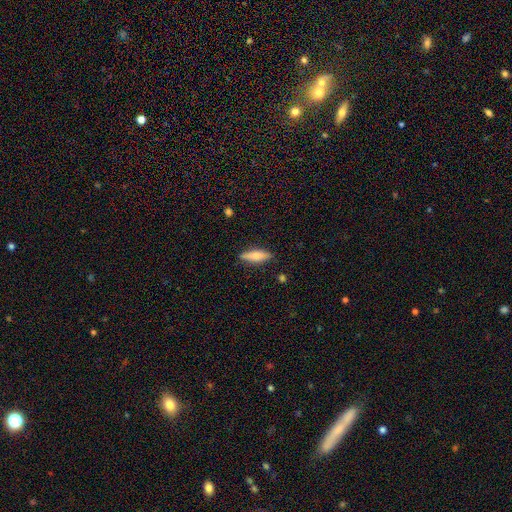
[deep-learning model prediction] smooth-or-featured: smooth: 71% | featured or disk: 23% | star or artifact: 6%
  how-rounded: cigar-shaped: 59% | in between: 39% | round: 2%
  merging: none: 85% | minor disturbance: 11% | major disturbance: 3% | merger: 2%